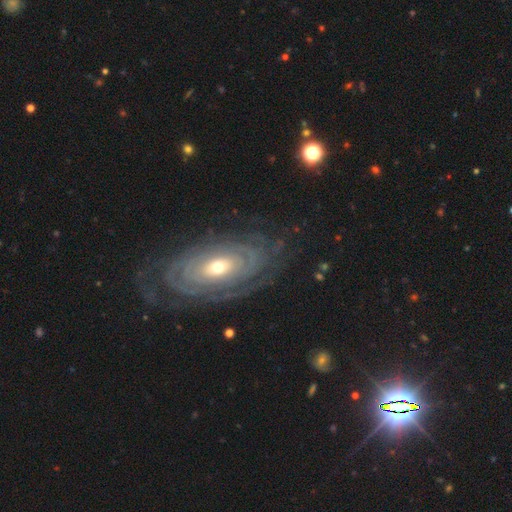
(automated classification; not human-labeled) This appears to be a featured or disk galaxy (85%) with no bar (74%), tight (83%) spiral arms (90%) and a small central bulge (48%). Merging: none (76%).